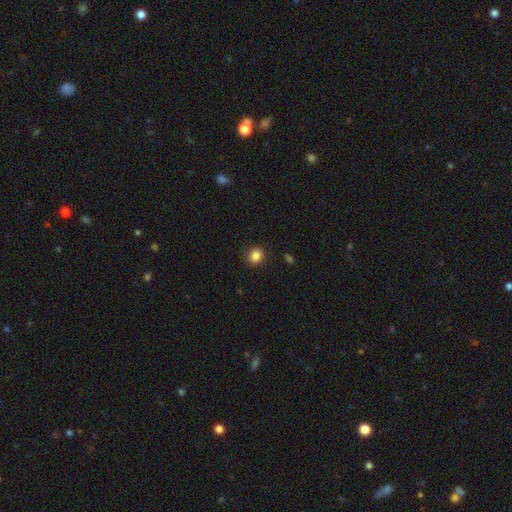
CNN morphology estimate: type=smooth (86%); roundness=round (82%); merging=none (89%).